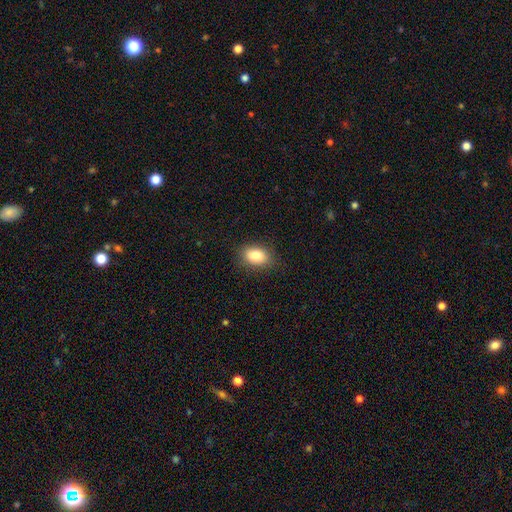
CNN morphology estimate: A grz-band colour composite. It shows a smooth galaxy with no disk features (85%) that is in between round and cigar-shaped (85%). Merging: none (84%).